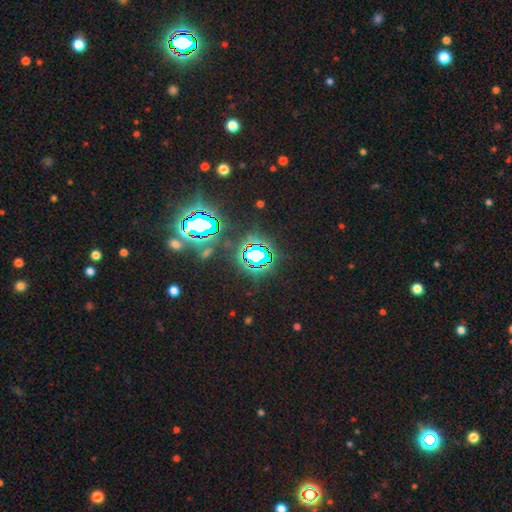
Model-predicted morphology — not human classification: smooth_or_featured: star or artifact (p=0.76) [alt: smooth p=0.13]